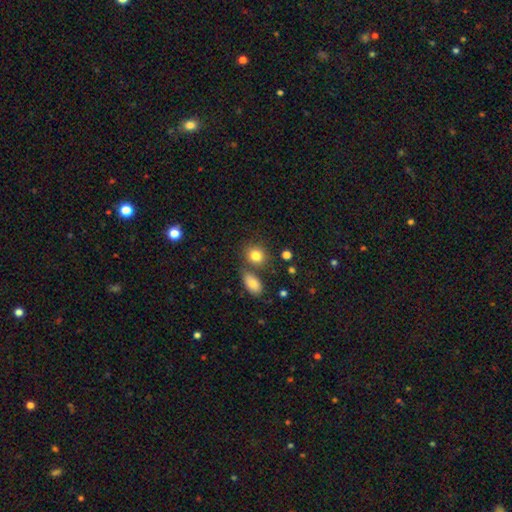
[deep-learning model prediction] The model was most divided on "how rounded": round: 61%, in between: 37%, cigar-shaped: 2%. More confident: smooth or featured — smooth (83%); merging — none (65%).